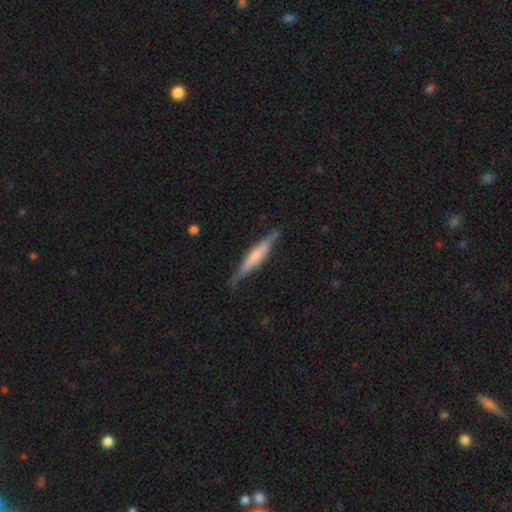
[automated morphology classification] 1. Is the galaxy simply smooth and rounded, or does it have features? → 54% featured or disk, 40% smooth, 6% star or artifact.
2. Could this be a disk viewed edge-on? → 95% yes, 5% no.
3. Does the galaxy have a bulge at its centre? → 47% rounded, 29% boxy, 24% none.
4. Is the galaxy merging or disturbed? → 81% none, 15% minor disturbance, 3% major disturbance, 2% merger.